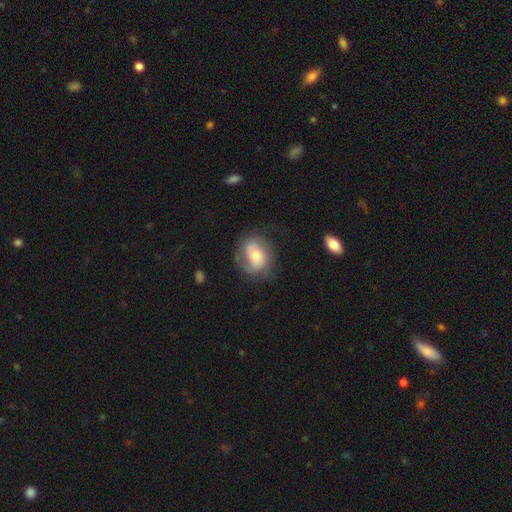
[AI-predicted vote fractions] Morphology: type=featured or disk (46%, tied with smooth); merging=none (64%).